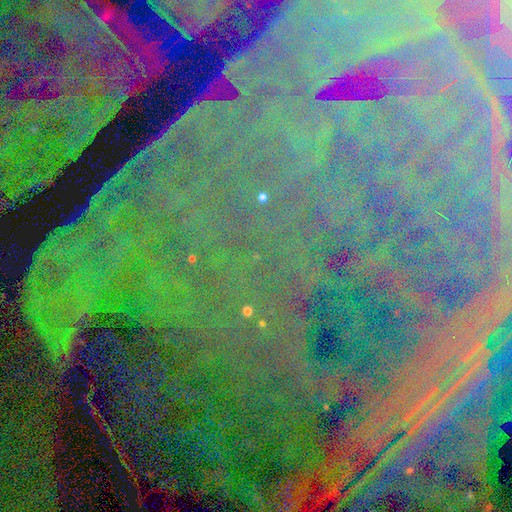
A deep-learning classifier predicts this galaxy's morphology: This appears to be a star or artifact, not a galaxy (84%).